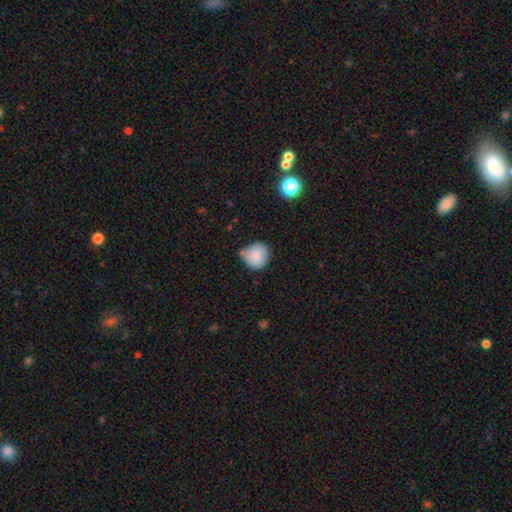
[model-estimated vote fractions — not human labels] smooth-or-featured: smooth: 82% | featured or disk: 9% | star or artifact: 8%
  how-rounded: round: 88% | in between: 11% | cigar-shaped: 1%
  merging: none: 58% | minor disturbance: 31% | major disturbance: 5% | merger: 5%